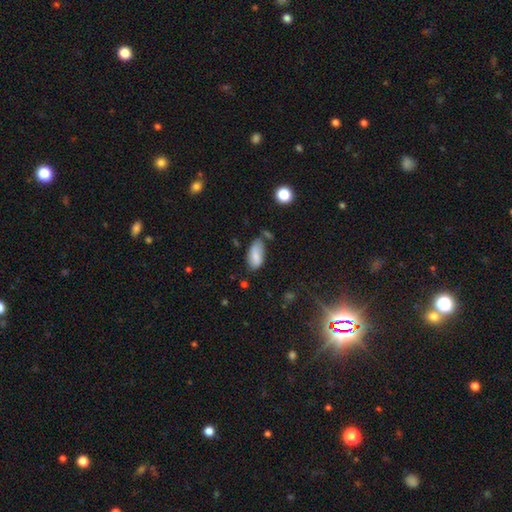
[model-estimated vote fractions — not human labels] smooth-or-featured: smooth: 75% | featured or disk: 17% | star or artifact: 8%
  how-rounded: in between: 92% | cigar-shaped: 6% | round: 3%
  merging: none: 49% | minor disturbance: 33% | major disturbance: 10% | merger: 8%